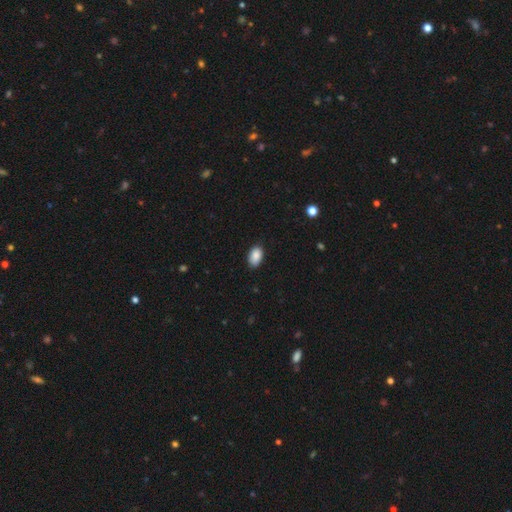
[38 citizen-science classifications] This is clearly a smooth galaxy (89%). How rounded: clearly in between (88%). Merging: clearly none (89%).